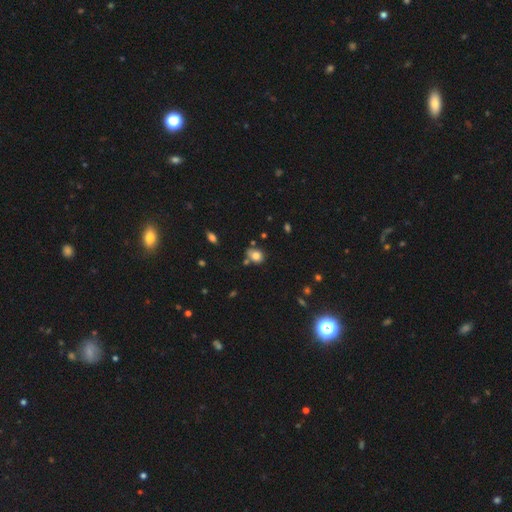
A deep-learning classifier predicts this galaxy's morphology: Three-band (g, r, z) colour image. It shows a smooth galaxy with no disk features (78%) that is in between round and cigar-shaped (50%). Merging: none (59%).